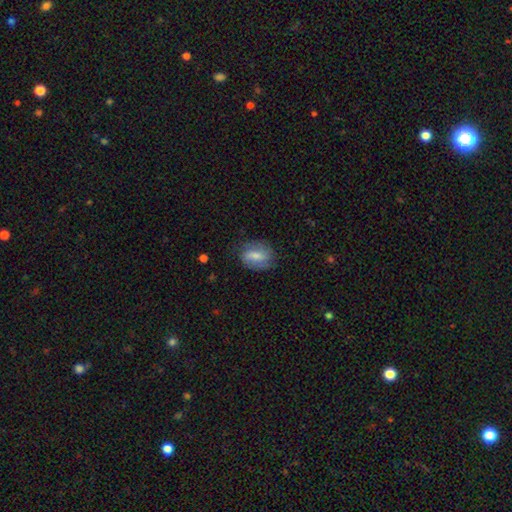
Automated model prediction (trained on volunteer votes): This is possibly a smooth galaxy (58%). How rounded: likely in between (75%). Merging: likely none (70%).